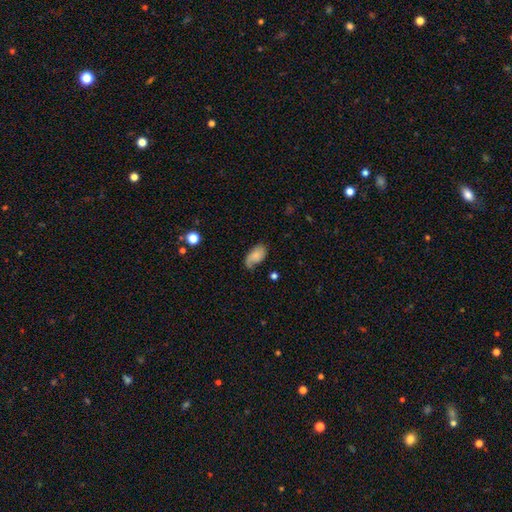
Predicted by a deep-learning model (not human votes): A smooth galaxy with no disk features (62%) that is in between round and cigar-shaped (92%).

Vote fractions:
- Smooth or featured? smooth: 62% / featured or disk: 30% / star or artifact: 8%
- How rounded? in between: 92% / round: 6% / cigar-shaped: 2%
- Merging? none: 51% / minor disturbance: 31% / major disturbance: 15% / merger: 3%